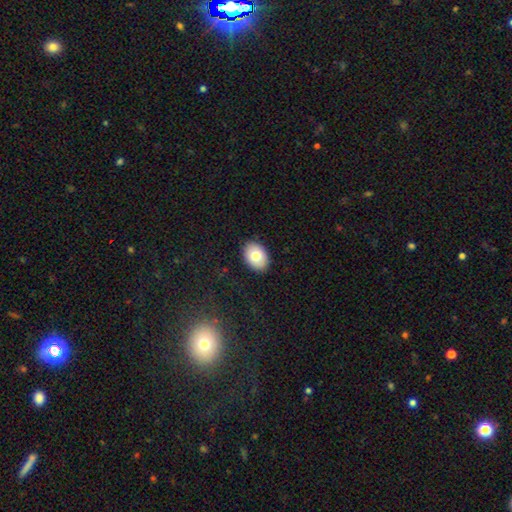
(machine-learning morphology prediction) Overall: smooth (77%). How rounded: in between (80%). Merging: none (89%).